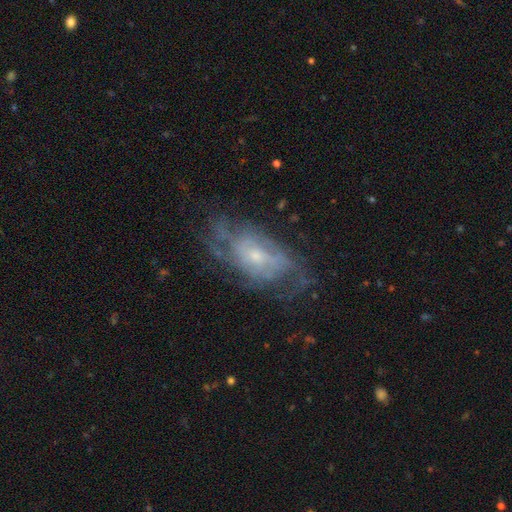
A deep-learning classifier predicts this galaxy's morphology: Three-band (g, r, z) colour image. It shows a featured or disk galaxy (74%) with no bar (71%), tight (44%) spiral arms (76%) and a small central bulge (57%). Merging: none (60%).